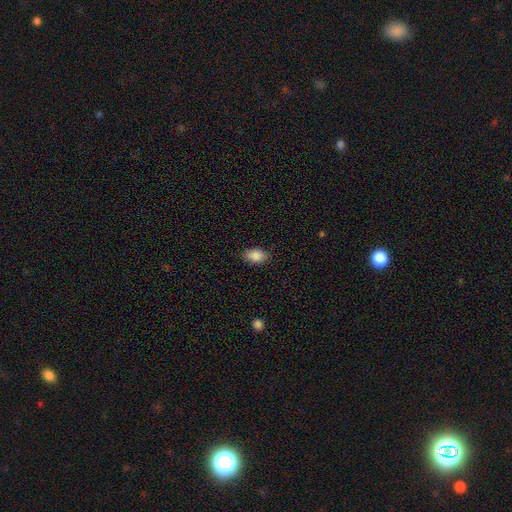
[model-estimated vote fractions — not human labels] The model was most divided on "merging": none: 85%, minor disturbance: 12%, major disturbance: 3%, merger: 1%. More confident: smooth or featured — smooth (88%); how rounded — in between (86%).